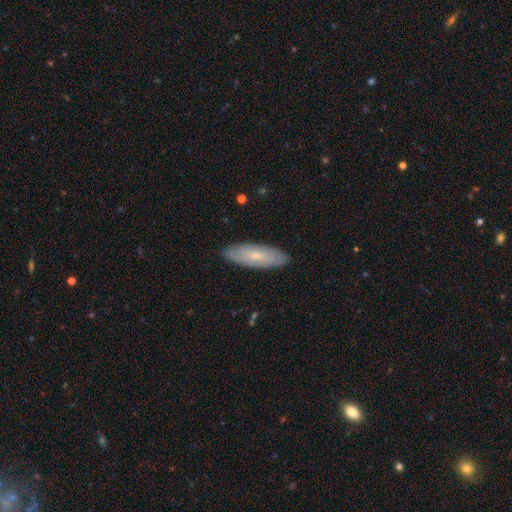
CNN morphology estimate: type=smooth (51%); roundness=in between (56%); merging=none (87%).